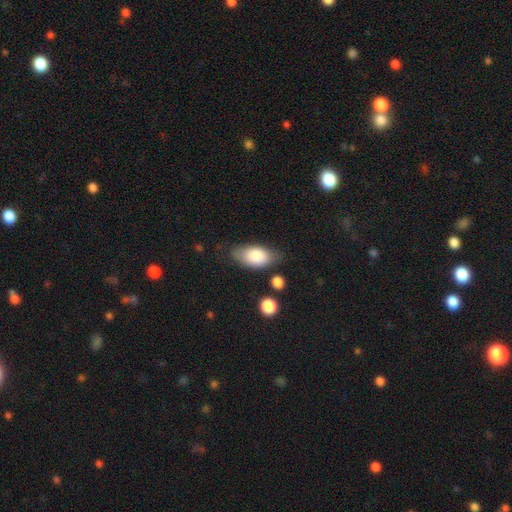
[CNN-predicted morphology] Overall: smooth (80%). How rounded: in between (92%). Merging: none (68%).